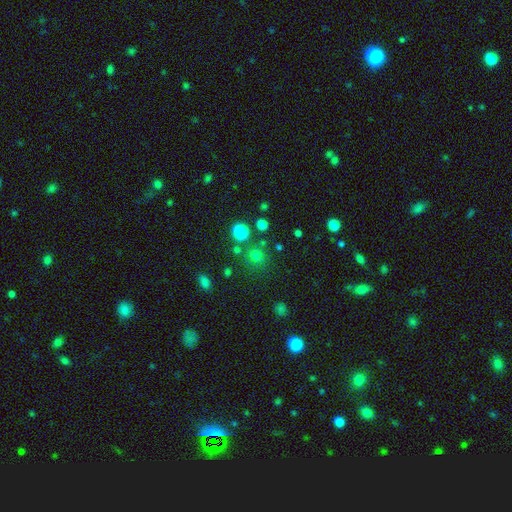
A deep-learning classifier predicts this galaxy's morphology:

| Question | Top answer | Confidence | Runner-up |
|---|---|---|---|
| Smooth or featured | smooth | 71% | star or artifact (22%) |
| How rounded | round | 89% | in between (10%) |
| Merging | none | 77% | minor disturbance (9%) |